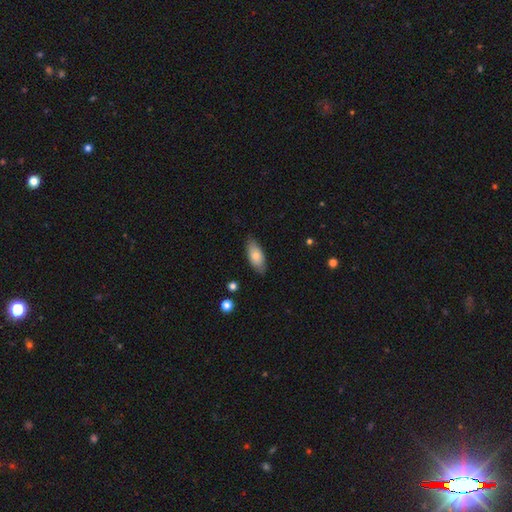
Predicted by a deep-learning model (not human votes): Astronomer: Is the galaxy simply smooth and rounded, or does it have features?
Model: smooth — 76%.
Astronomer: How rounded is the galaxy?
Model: in between — 86%.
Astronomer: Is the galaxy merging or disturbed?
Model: none — 82%.